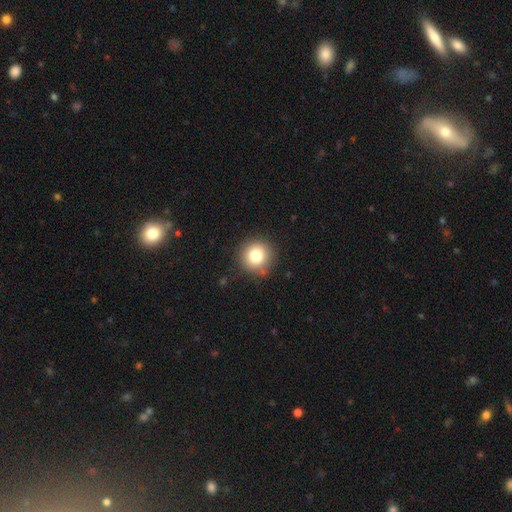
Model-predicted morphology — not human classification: A smooth galaxy with no disk features (81%) that is round (93%). Merging: none (87%).